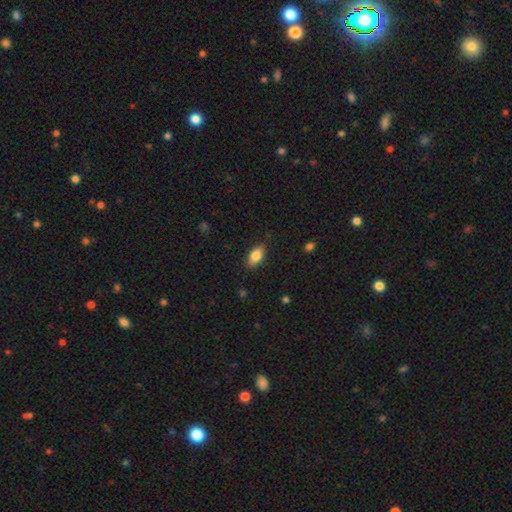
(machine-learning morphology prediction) smooth_or_featured: smooth (p=0.83) [alt: featured or disk p=0.10]
how_rounded: in between (p=0.90) [alt: cigar-shaped p=0.06]
merging: none (p=0.86) [alt: minor disturbance p=0.11]